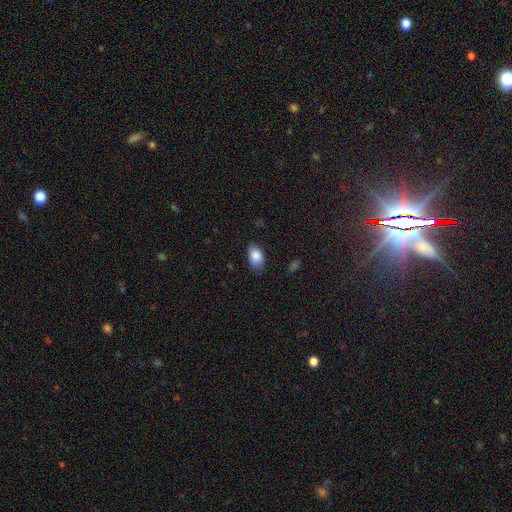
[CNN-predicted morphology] Smooth or featured? Predicted: smooth (p=0.85). How rounded? Predicted: in between (p=0.91). Merging? Predicted: none (p=0.78).